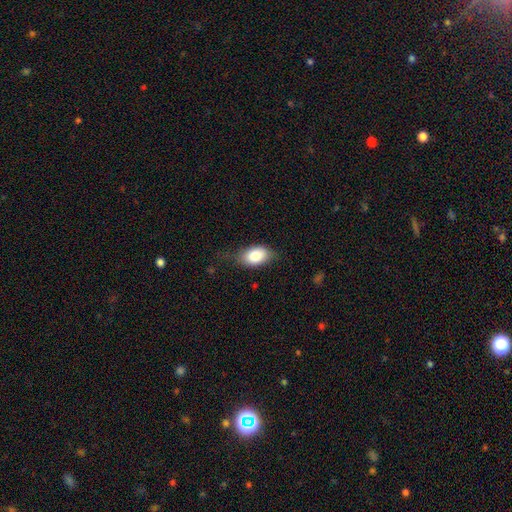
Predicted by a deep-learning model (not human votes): This appears to be a smooth galaxy with no disk features (83%) that is in between round and cigar-shaped (89%). Merging: none (67%).